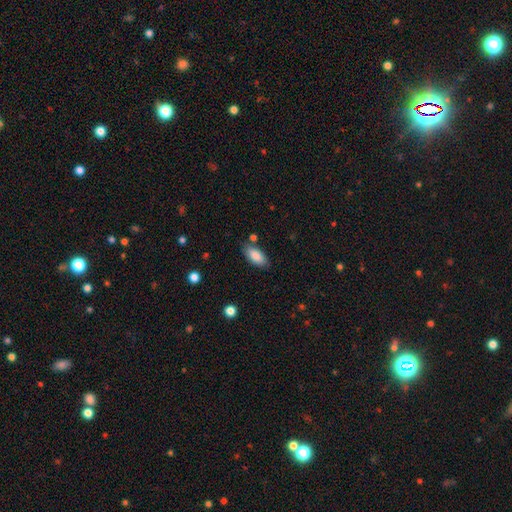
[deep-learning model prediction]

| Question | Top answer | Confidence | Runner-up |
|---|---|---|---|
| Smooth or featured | smooth | 87% | featured or disk (7%) |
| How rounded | in between | 91% | cigar-shaped (7%) |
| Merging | none | 80% | minor disturbance (13%) |